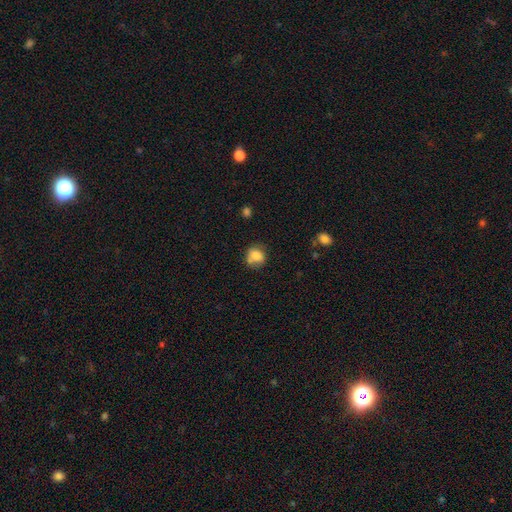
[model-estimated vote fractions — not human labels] smooth-or-featured: smooth: 77% | featured or disk: 13% | star or artifact: 10%
  how-rounded: round: 67% | in between: 32% | cigar-shaped: 1%
  merging: none: 55% | minor disturbance: 22% | merger: 17% | major disturbance: 7%